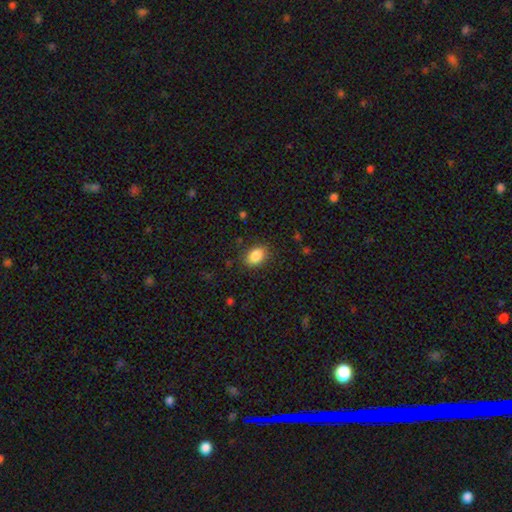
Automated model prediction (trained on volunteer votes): A smooth galaxy with no disk features (87%) that is in between round and cigar-shaped (81%). Merging: none (84%).